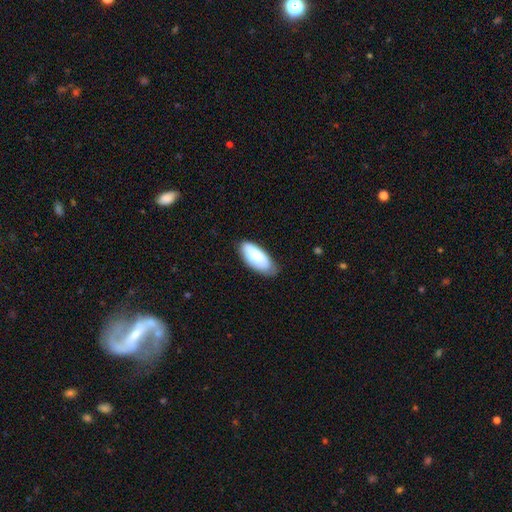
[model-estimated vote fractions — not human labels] A smooth galaxy with no disk features (84%) that is in between round and cigar-shaped (86%). Merging: none (69%).